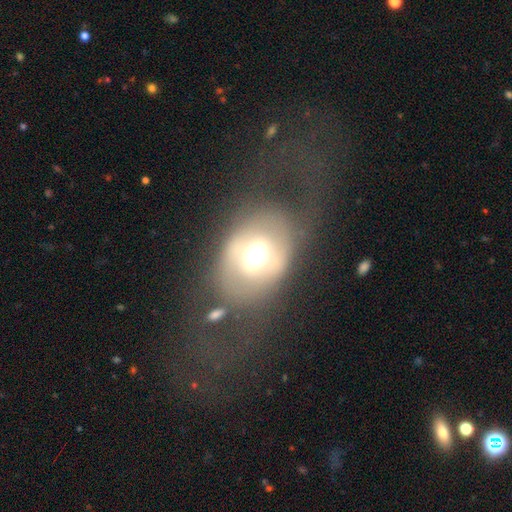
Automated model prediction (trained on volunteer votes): smooth-or-featured: smooth: 49% | featured or disk: 39% | star or artifact: 11%
  merging: none: 42% | major disturbance: 31% | minor disturbance: 20% | merger: 7%